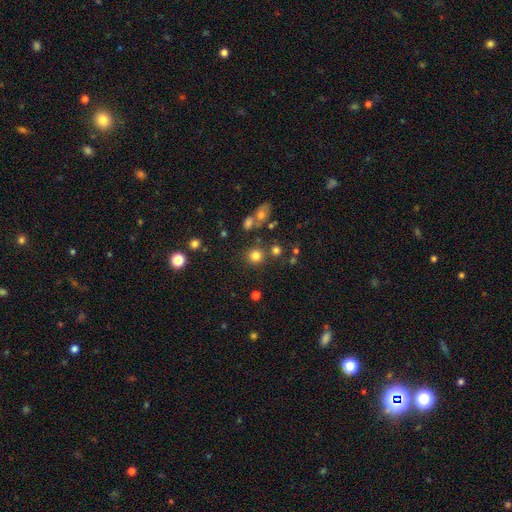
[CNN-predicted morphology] A smooth galaxy with no disk features (79%) that is round (90%). Merging: none (78%).